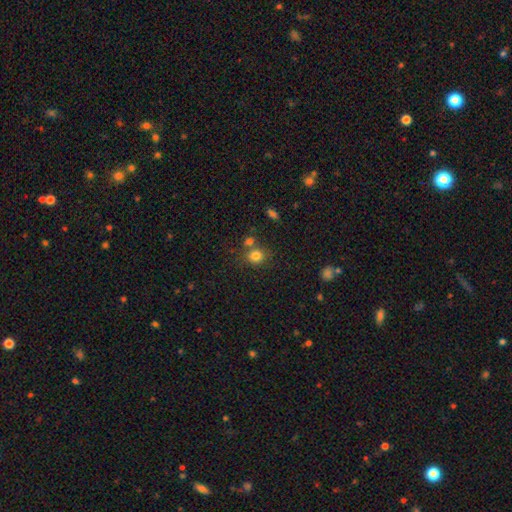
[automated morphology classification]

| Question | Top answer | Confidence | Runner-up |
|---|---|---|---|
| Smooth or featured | smooth | 81% | star or artifact (12%) |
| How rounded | round | 77% | in between (22%) |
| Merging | none | 63% | merger (21%) |